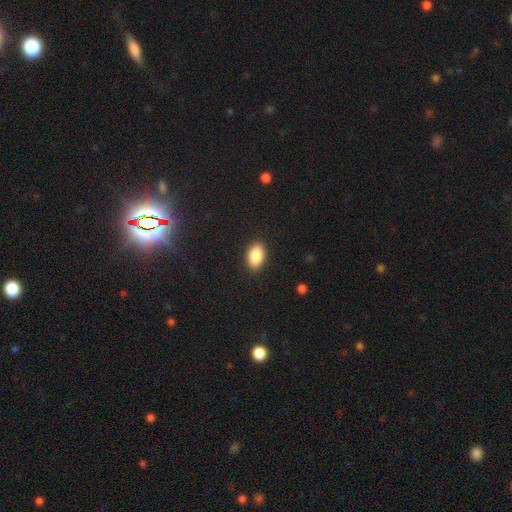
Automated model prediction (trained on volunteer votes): smooth-or-featured: smooth: 87% | star or artifact: 7% | featured or disk: 6%
  how-rounded: in between: 91% | round: 8% | cigar-shaped: 2%
  merging: none: 89% | minor disturbance: 8% | major disturbance: 2% | merger: 1%